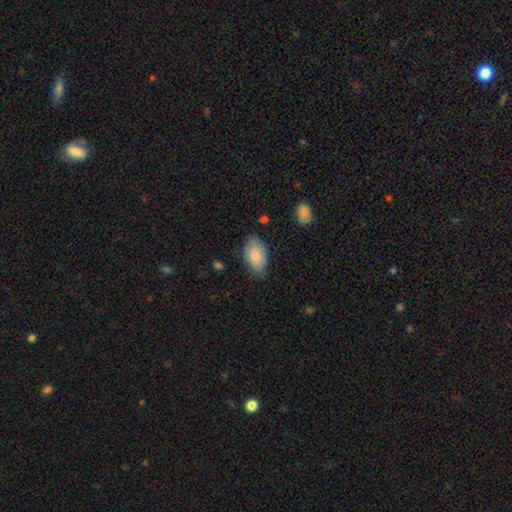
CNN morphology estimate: type=smooth (83%); roundness=in between (94%); merging=none (73%).